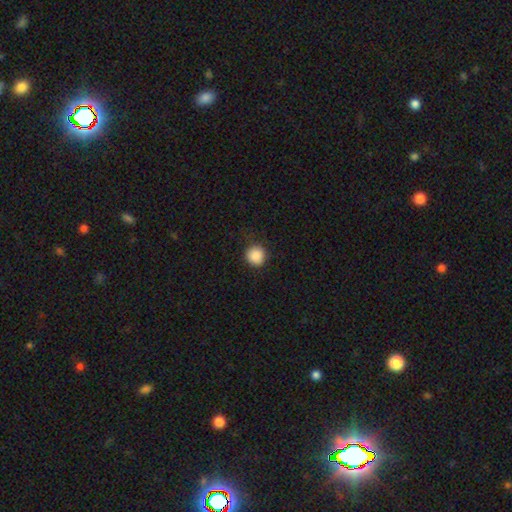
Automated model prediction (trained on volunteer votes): Morphology: type=smooth (88%); roundness=round (93%); merging=none (86%).